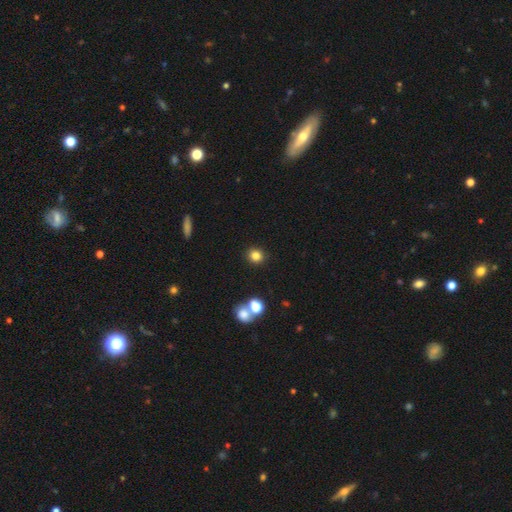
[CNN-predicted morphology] A smooth galaxy with no disk features (81%) that is round (86%).

Vote fractions:
- Smooth or featured? smooth: 81% / star or artifact: 13% / featured or disk: 6%
- How rounded? round: 86% / in between: 14% / cigar-shaped: 1%
- Merging? none: 88% / minor disturbance: 6% / merger: 4% / major disturbance: 2%